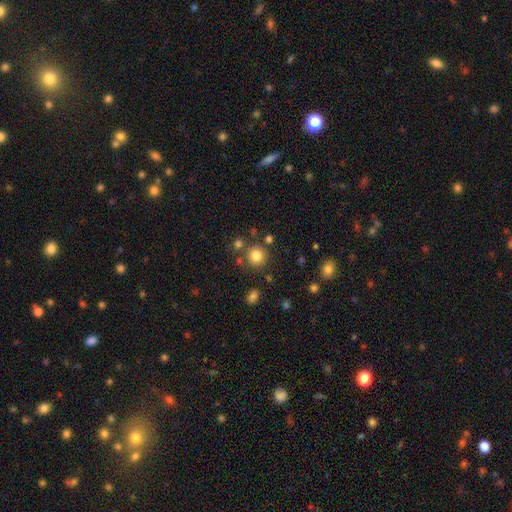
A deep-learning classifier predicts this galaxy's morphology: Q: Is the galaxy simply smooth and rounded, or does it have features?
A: smooth — 82%.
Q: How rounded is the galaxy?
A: round — 91%.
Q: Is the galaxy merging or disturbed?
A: none — 79%.